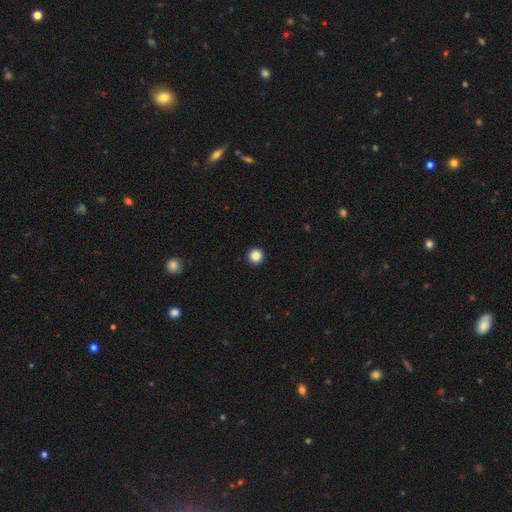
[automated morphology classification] The model was most divided on "smooth or featured": smooth: 86%, star or artifact: 11%, featured or disk: 3%. More confident: how rounded — round (96%); merging — none (94%).